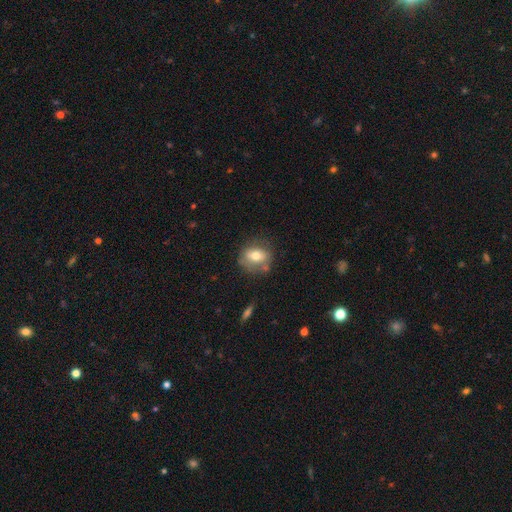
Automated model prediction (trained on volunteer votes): Morphology: type=smooth (65%); roundness=round (63%); merging=none (68%).